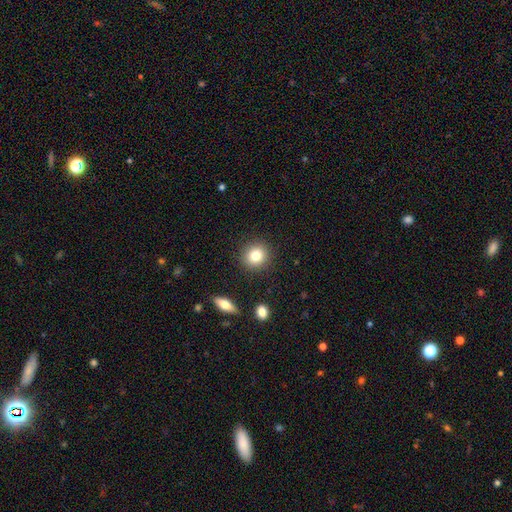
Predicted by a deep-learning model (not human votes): The model was most divided on "smooth or featured": smooth: 81%, star or artifact: 10%, featured or disk: 9%. More confident: merging — none (89%); how rounded — round (86%).